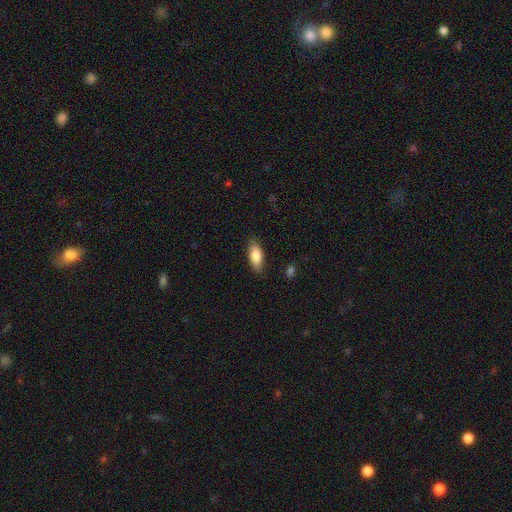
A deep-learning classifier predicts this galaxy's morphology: smooth-or-featured: smooth: 80% | featured or disk: 14% | star or artifact: 6%
  how-rounded: in between: 80% | cigar-shaped: 17% | round: 3%
  merging: none: 84% | minor disturbance: 12% | major disturbance: 2% | merger: 1%